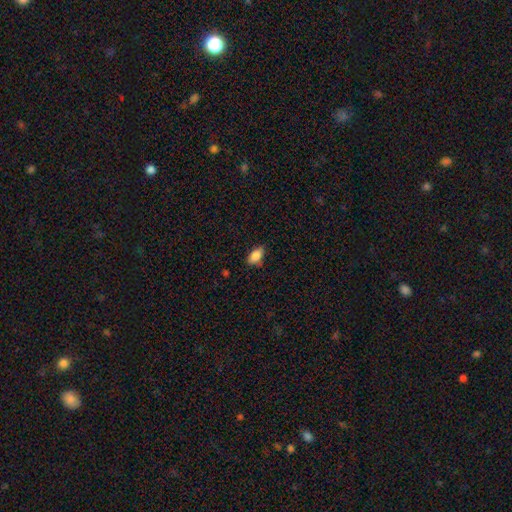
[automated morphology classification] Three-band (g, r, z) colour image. It shows a smooth galaxy with no disk features (86%) that is in between round and cigar-shaped (90%). Merging: none (74%).